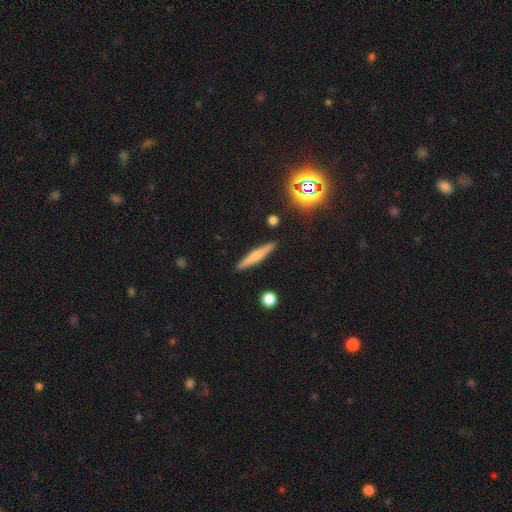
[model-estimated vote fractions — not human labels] Morphology: type=smooth (52%); roundness=cigar-shaped (93%); merging=none (90%).